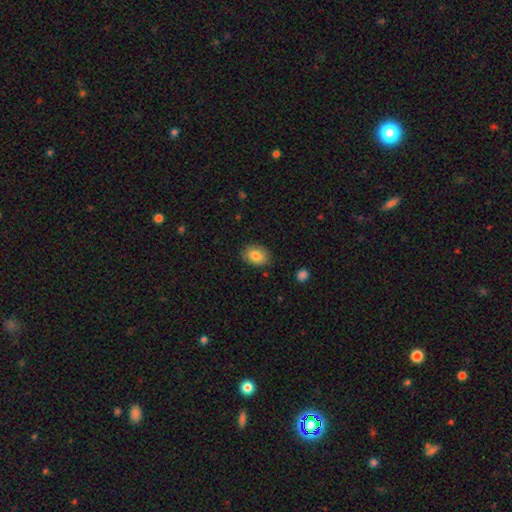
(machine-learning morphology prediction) A smooth galaxy with no disk features (84%) that is in between round and cigar-shaped (73%). Merging: none (84%).